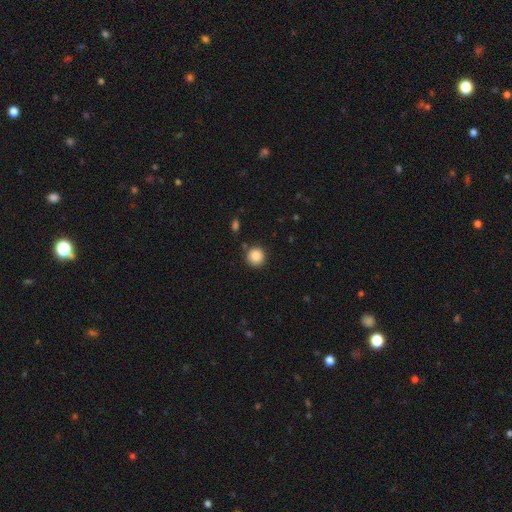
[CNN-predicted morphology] A smooth galaxy with no disk features (87%) that is round (94%). Merging: none (87%).